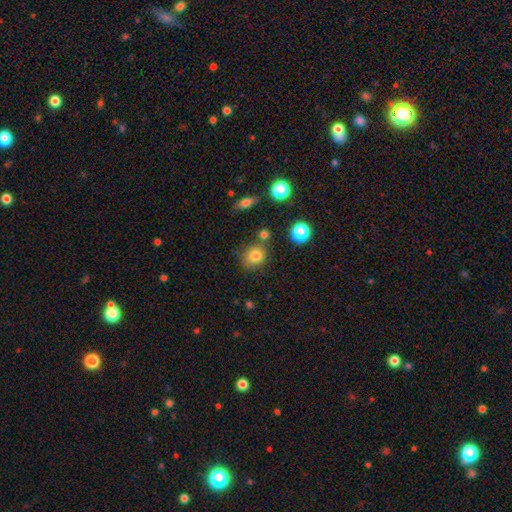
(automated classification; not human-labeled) The model was most divided on "how rounded": round: 74%, in between: 25%, cigar-shaped: 1%. More confident: smooth or featured — smooth (79%); merging — none (71%).